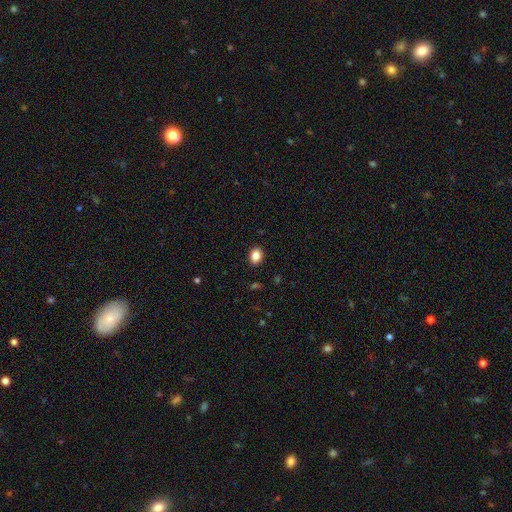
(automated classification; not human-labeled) smooth 86%, star or artifact 9%, featured or disk 5%. Down the decision tree: how rounded — in between (67%); merging — none (90%).